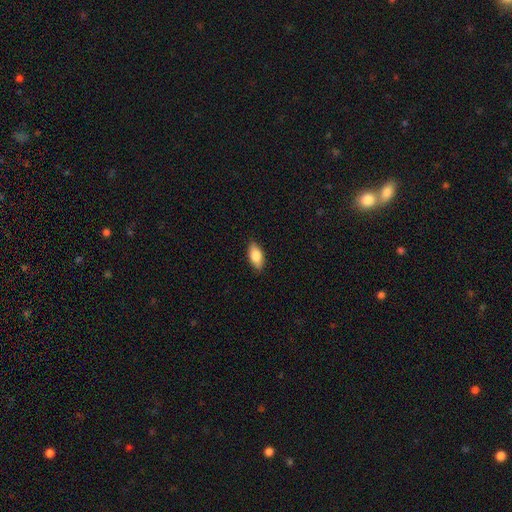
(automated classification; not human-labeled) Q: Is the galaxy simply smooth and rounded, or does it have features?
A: smooth — 83%.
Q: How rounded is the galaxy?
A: in between — 89%.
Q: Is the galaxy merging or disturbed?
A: none — 87%.